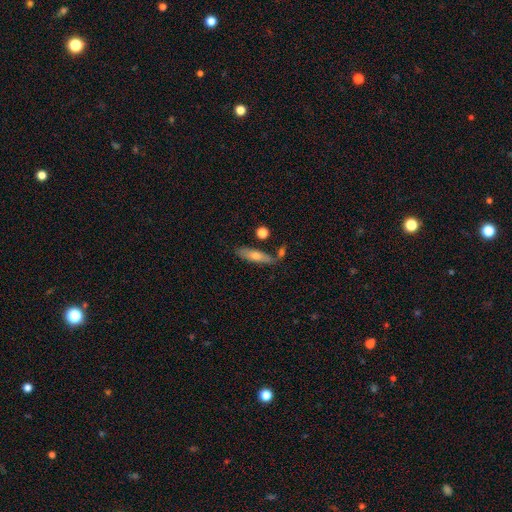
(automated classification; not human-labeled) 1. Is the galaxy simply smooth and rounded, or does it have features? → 66% smooth, 27% featured or disk, 7% star or artifact.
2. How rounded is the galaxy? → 64% cigar-shaped, 33% in between, 2% round.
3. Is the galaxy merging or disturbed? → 71% none, 15% minor disturbance, 10% merger, 4% major disturbance.